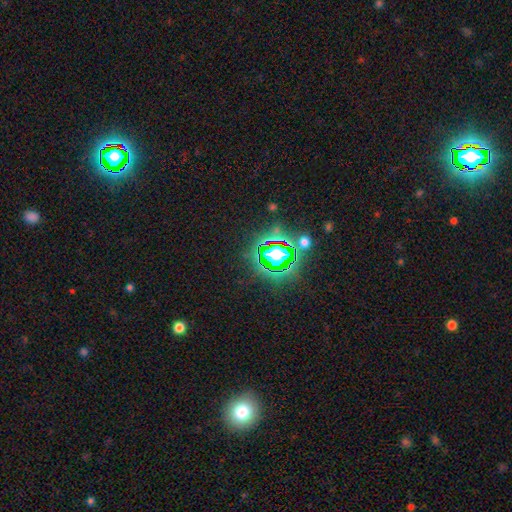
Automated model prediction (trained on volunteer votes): star or artifact 83%, smooth 10%, featured or disk 7%.